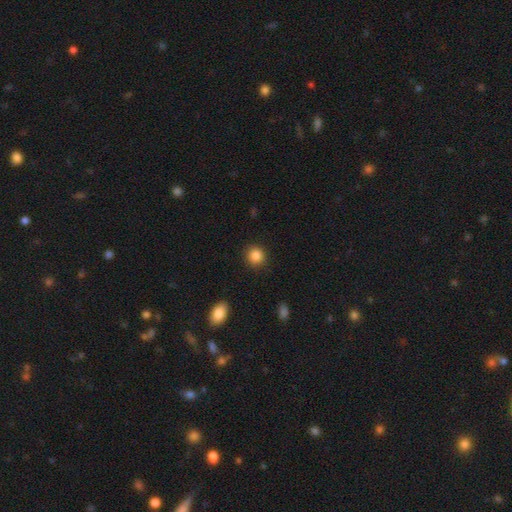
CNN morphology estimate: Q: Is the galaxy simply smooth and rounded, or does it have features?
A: smooth — 86%.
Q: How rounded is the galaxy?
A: round — 87%.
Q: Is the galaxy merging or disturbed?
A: none — 90%.